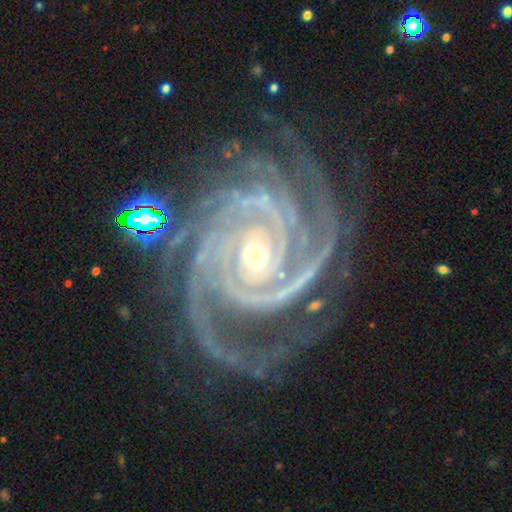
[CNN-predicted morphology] The model was most divided on "spiral arm count": 4: 30%, 3: 28%, more than 4: 13%, 2: 12%, can't tell: 9%, 1: 7%. More confident: spiral arms — yes (99%); edge-on disk — no (98%); smooth or featured — featured or disk (93%); spiral winding — tight (80%); merging — none (74%); bar — no (63%); bulge size — small (57%).